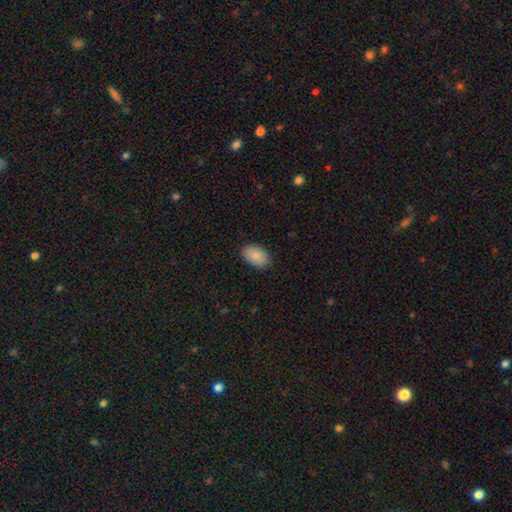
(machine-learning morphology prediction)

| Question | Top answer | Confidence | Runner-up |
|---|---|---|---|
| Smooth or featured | smooth | 88% | star or artifact (6%) |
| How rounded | in between | 92% | round (7%) |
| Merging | none | 88% | minor disturbance (9%) |